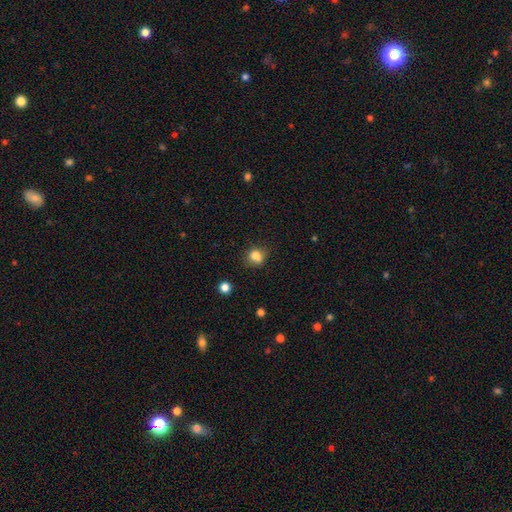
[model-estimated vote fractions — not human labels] Smooth or featured?
  - smooth: 81% *
  - star or artifact: 12%
  - featured or disk: 7%
How rounded?
  - round: 71% *
  - in between: 28%
  - cigar-shaped: 1%
Merging?
  - none: 64% *
  - minor disturbance: 22%
  - merger: 8%
  - major disturbance: 6%